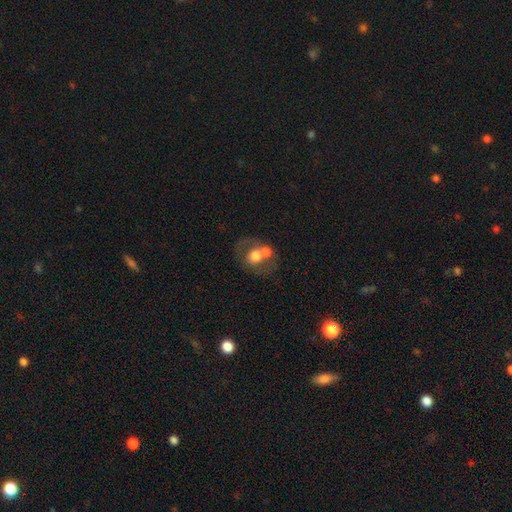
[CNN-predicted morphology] type=smooth (55%); roundness=round (61%); merging=merger (44%).